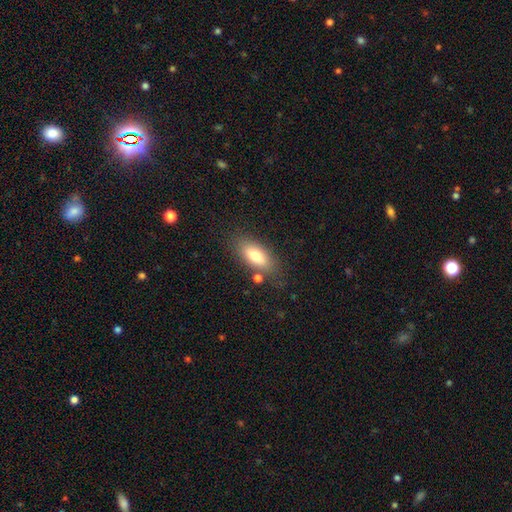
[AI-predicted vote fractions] A smooth galaxy with no disk features (74%) that is in between round and cigar-shaped (80%).

Vote fractions:
- Smooth or featured? smooth: 74% / featured or disk: 18% / star or artifact: 8%
- How rounded? in between: 80% / cigar-shaped: 17% / round: 3%
- Merging? none: 76% / minor disturbance: 14% / merger: 6% / major disturbance: 5%